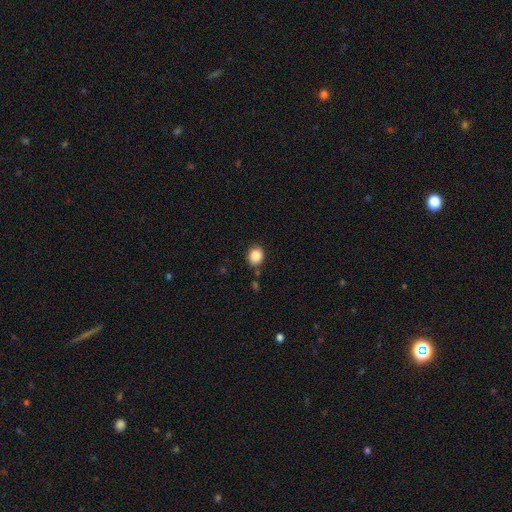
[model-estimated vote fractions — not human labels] The model was most divided on "how rounded": round: 64%, in between: 35%, cigar-shaped: 1%. More confident: smooth or featured — smooth (88%); merging — none (81%).